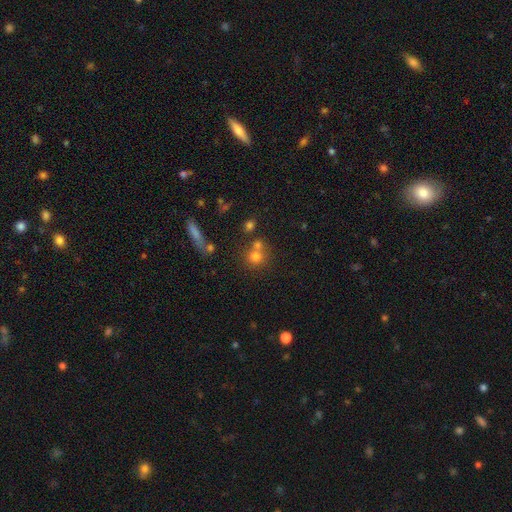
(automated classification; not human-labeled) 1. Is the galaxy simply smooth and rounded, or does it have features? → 67% smooth, 19% star or artifact, 14% featured or disk.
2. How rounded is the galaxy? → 88% round, 11% in between, 2% cigar-shaped.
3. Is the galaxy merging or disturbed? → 53% none, 36% merger, 8% minor disturbance, 4% major disturbance.